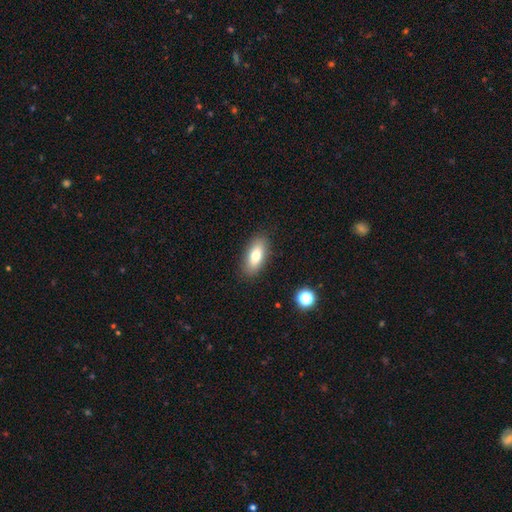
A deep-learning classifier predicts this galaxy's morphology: This appears to be a smooth galaxy with no disk features (76%) that is in between round and cigar-shaped (84%). Merging: none (87%).